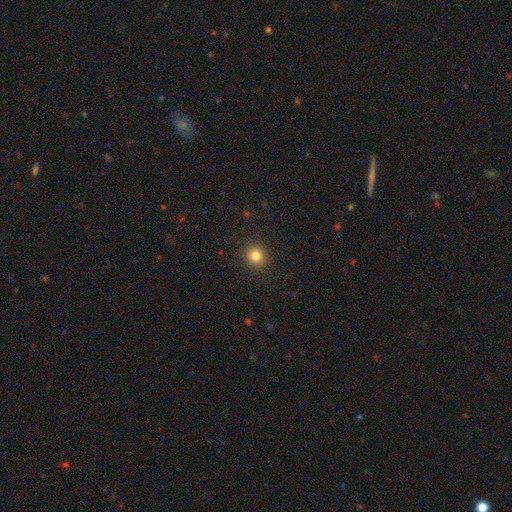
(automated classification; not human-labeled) smooth_or_featured: smooth (p=0.82) [alt: star or artifact p=0.12]
how_rounded: round (p=0.87) [alt: in between p=0.12]
merging: none (p=0.91) [alt: minor disturbance p=0.06]